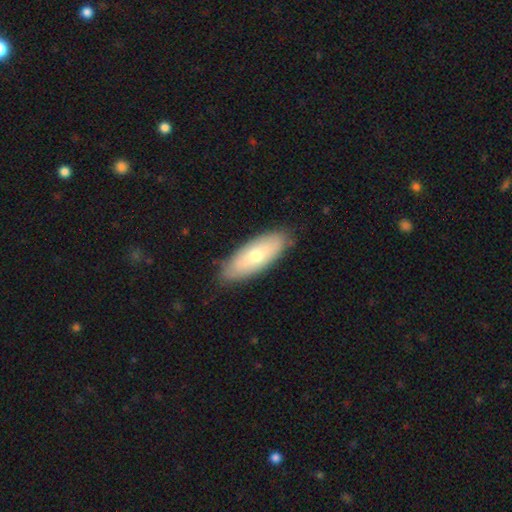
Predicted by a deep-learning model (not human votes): A smooth galaxy with no disk features (61%) that is in between round and cigar-shaped (73%). Merging: none (83%).